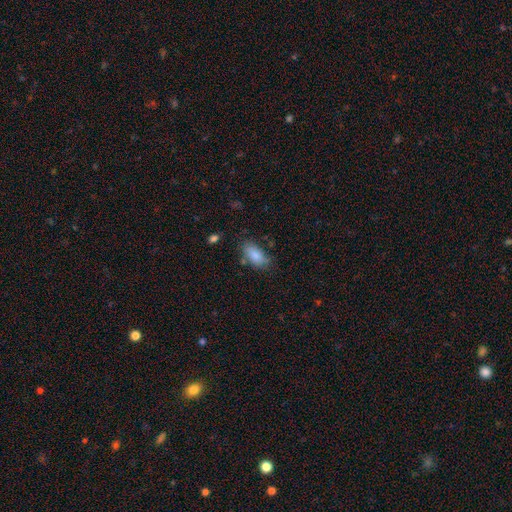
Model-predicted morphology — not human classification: A smooth galaxy with no disk features (84%) that is in between round and cigar-shaped (90%). Merging: none (69%).